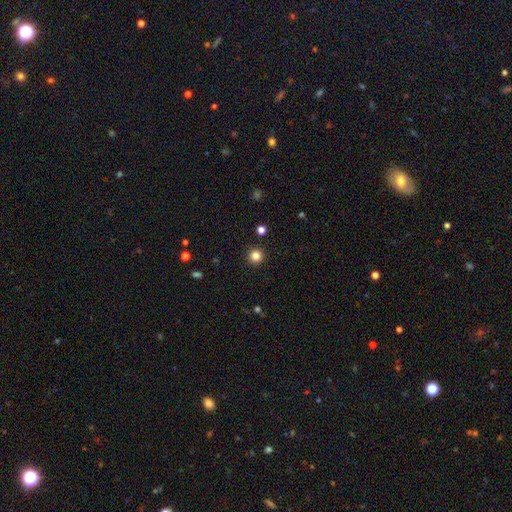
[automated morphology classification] smooth-or-featured: smooth: 83% | star or artifact: 13% | featured or disk: 4%
  how-rounded: round: 96% | in between: 4% | cigar-shaped: 1%
  merging: none: 93% | minor disturbance: 4% | major disturbance: 2% | merger: 1%